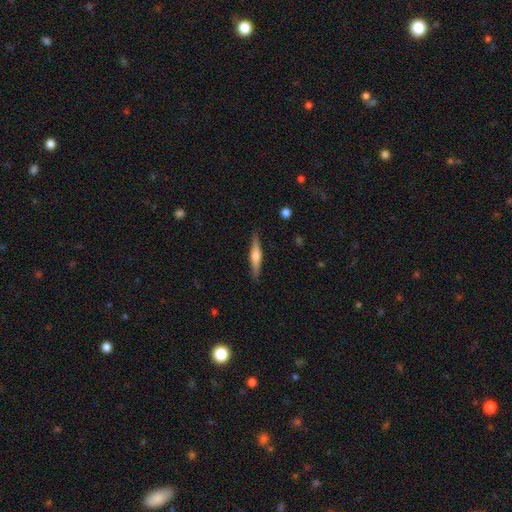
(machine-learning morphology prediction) The model was most divided on "smooth or featured": featured or disk: 53%, smooth: 41%, star or artifact: 6%. More confident: edge-on disk — yes (96%); merging — none (89%); edge-on bulge — rounded (83%).